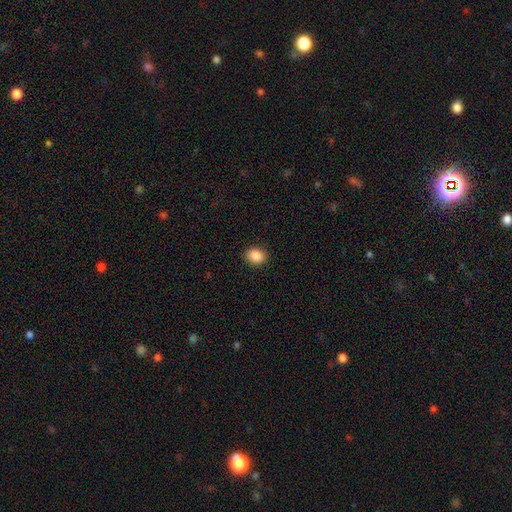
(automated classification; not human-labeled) A smooth galaxy with no disk features (88%) that is round (58%). Merging: none (90%).